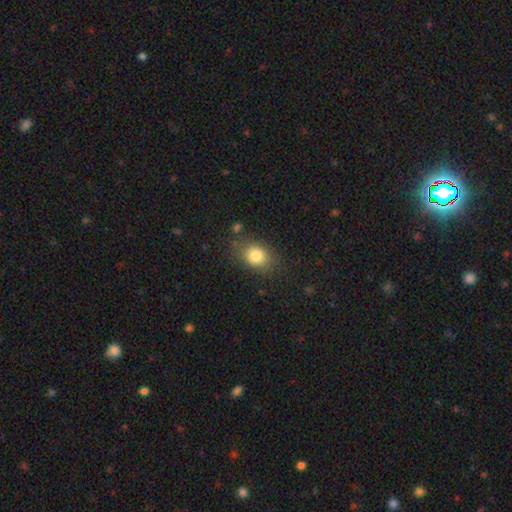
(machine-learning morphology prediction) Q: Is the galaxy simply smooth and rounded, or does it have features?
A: smooth — 82%.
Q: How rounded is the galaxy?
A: in between — 59%.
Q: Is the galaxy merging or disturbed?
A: none — 78%.